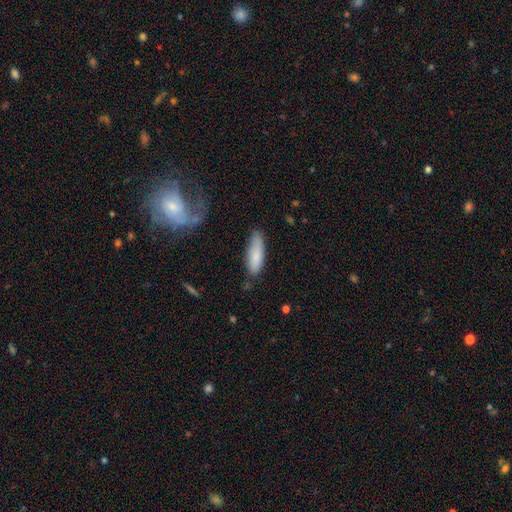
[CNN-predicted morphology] Smooth or featured? Predicted: smooth (p=0.81). How rounded? Predicted: in between (p=0.51). Merging? Predicted: none (p=0.66).